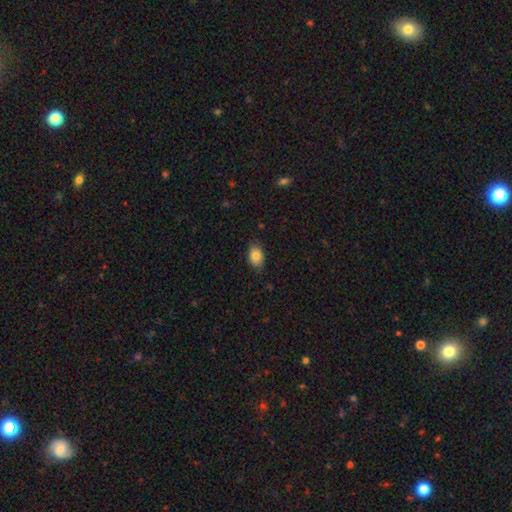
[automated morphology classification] Q: Smooth or featured?
A: smooth (84%); runner-up: featured or disk (8%)
Q: How rounded?
A: in between (84%); runner-up: round (14%)
Q: Merging?
A: none (81%); runner-up: minor disturbance (15%)